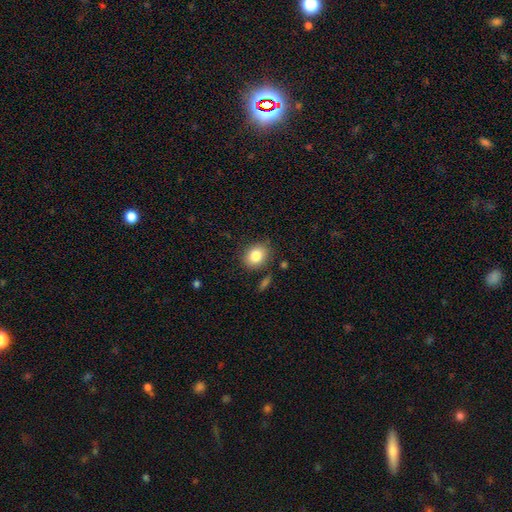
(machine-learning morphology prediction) Q: Smooth or featured?
A: smooth (83%); runner-up: star or artifact (9%)
Q: How rounded?
A: in between (50%); runner-up: round (49%)
Q: Merging?
A: none (81%); runner-up: minor disturbance (12%)